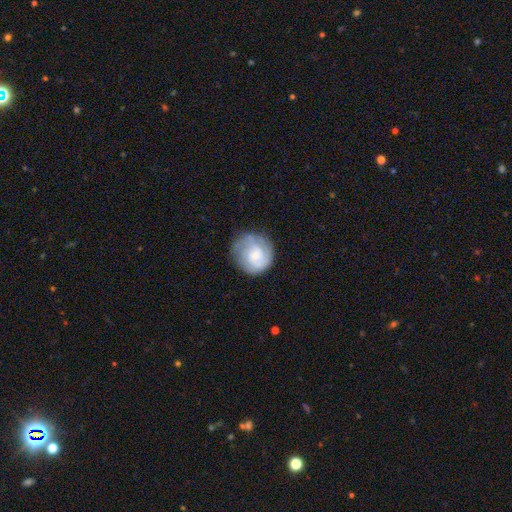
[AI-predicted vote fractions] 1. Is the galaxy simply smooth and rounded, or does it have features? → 48% featured or disk, 45% smooth, 7% star or artifact.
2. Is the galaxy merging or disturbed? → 70% none, 20% minor disturbance, 9% major disturbance, 2% merger.